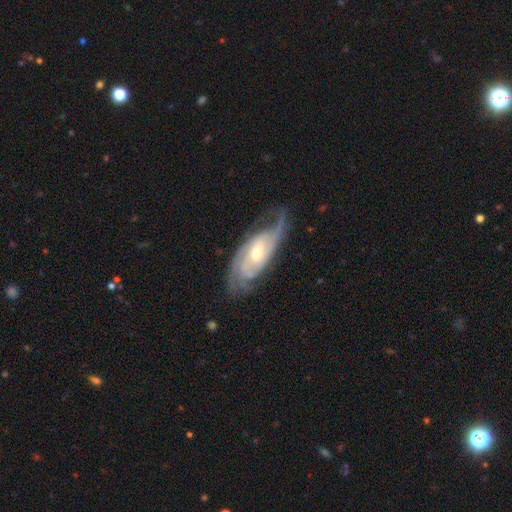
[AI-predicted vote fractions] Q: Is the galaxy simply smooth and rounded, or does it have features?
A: featured or disk — 86%.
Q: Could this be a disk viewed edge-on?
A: no — 90%.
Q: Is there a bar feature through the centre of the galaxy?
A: no — 48%.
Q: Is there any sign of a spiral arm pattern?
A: yes — 96%.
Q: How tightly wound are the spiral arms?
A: tight — 49%.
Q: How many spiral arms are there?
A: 2 — 43%.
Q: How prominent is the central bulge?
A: moderate — 57%.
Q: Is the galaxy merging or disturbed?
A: none — 70%.